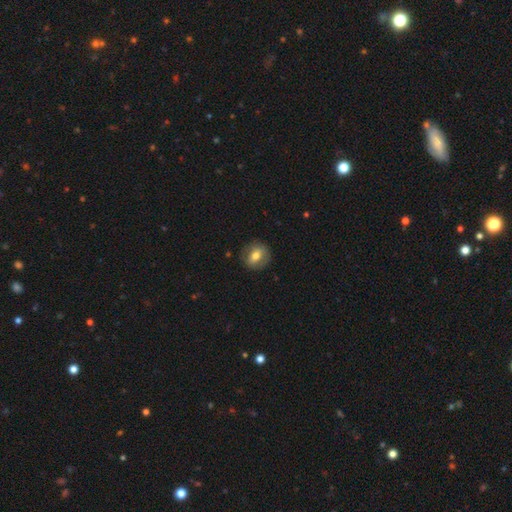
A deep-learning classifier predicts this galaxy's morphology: This is possibly a smooth galaxy (58%). How rounded: likely round (70%). Merging: clearly none (84%).